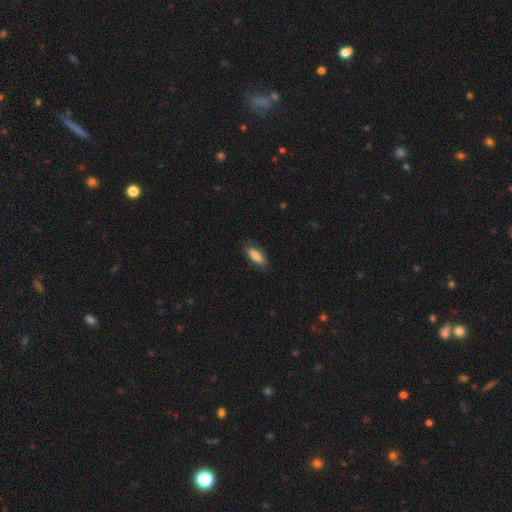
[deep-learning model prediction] This appears to be a smooth galaxy with no disk features (81%) that is in between round and cigar-shaped (70%). Merging: none (79%).